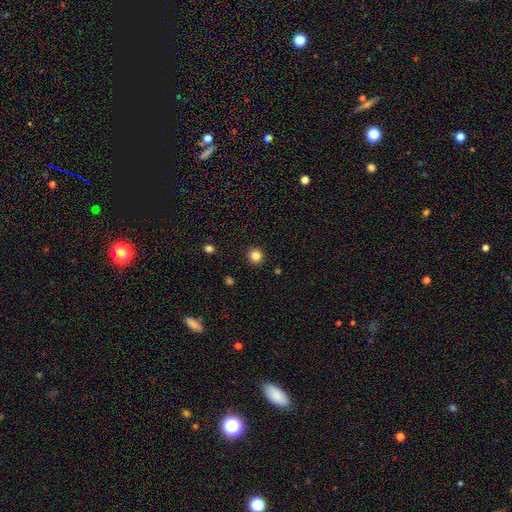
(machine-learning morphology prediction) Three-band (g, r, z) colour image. It shows a smooth galaxy with no disk features (85%) that is round (95%). Merging: none (93%).